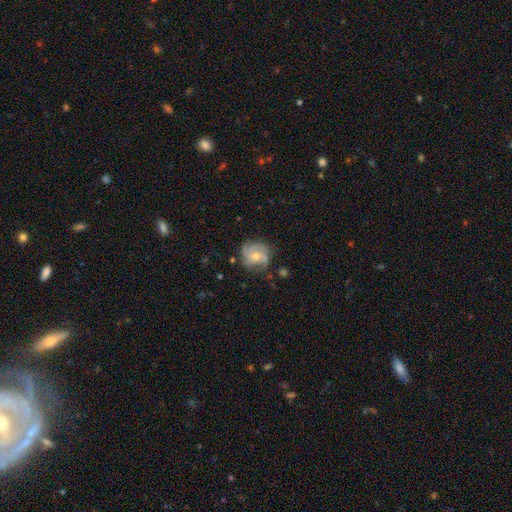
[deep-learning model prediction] Overall: featured or disk (72%). Edge-on disk: no (98%). Bar: no (73%). Spiral arms: yes (93%). Spiral arm count: 3 (39%; can't tell 21%). Spiral winding: medium (42%; tight 40%). Bulge size: small (48%; moderate 47%). Merging: none (69%).